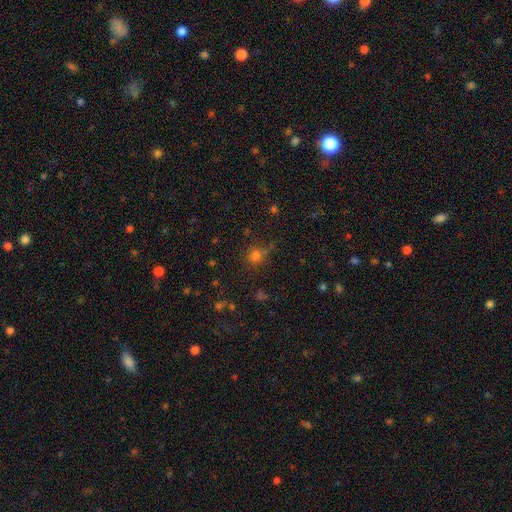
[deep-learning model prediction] Smooth or featured? smooth (74%)
How rounded? round (89%)
Merging? none (77%)